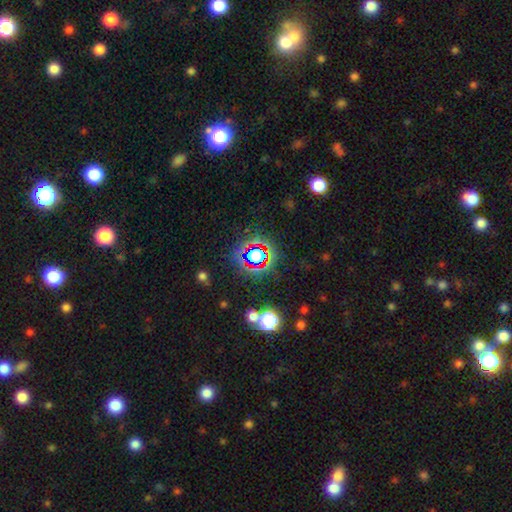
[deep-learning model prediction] smooth-or-featured: star or artifact: 62% | smooth: 26% | featured or disk: 12%